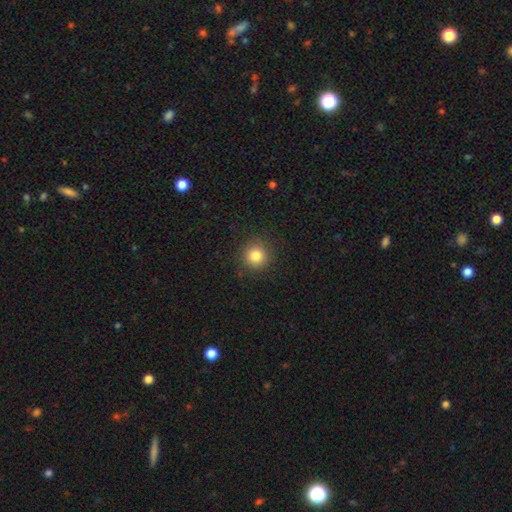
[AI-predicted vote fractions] This appears to be a smooth galaxy with no disk features (82%) that is round (94%). Merging: none (89%).